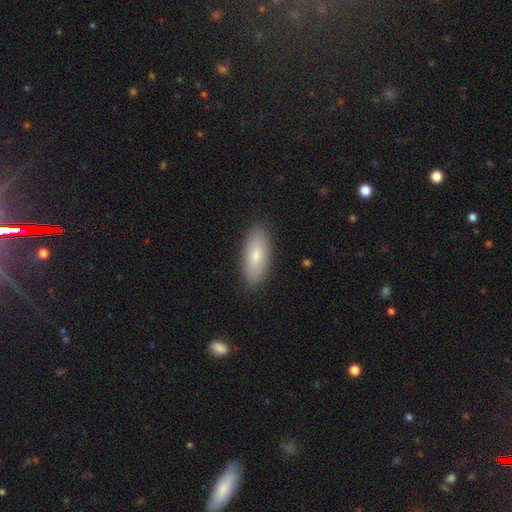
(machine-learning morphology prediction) Q: Smooth or featured?
A: smooth (75%); runner-up: featured or disk (19%)
Q: How rounded?
A: in between (77%); runner-up: cigar-shaped (21%)
Q: Merging?
A: none (88%); runner-up: minor disturbance (9%)